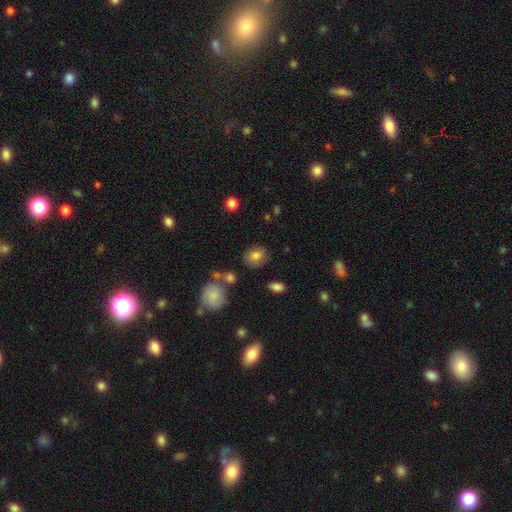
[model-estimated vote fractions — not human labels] Q: Smooth or featured?
A: smooth (81%); runner-up: star or artifact (10%)
Q: How rounded?
A: round (50%); runner-up: in between (48%)
Q: Merging?
A: none (78%); runner-up: minor disturbance (14%)